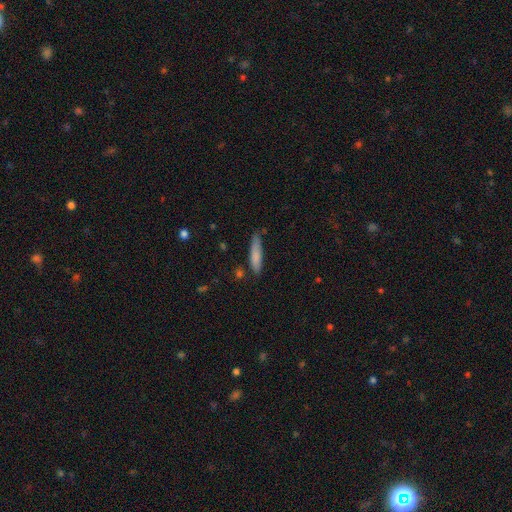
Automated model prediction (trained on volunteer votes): Smooth or featured? smooth (80%)
How rounded? cigar-shaped (83%)
Merging? none (74%)